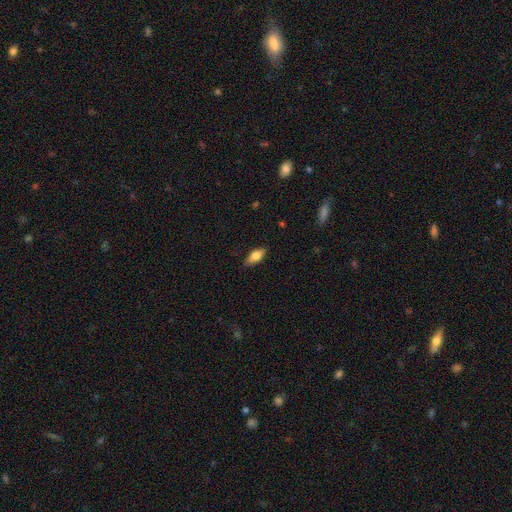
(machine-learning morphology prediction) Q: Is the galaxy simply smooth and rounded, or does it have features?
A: smooth — 72%.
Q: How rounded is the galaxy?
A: in between — 80%.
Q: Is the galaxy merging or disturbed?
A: none — 84%.